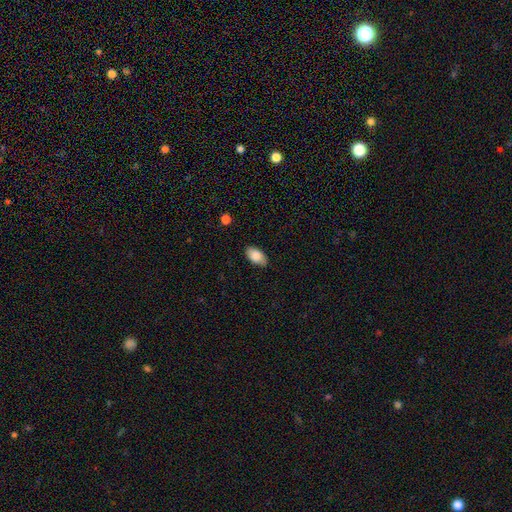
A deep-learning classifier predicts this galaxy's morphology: Smooth or featured? Predicted: smooth (p=0.86). How rounded? Predicted: in between (p=0.94). Merging? Predicted: none (p=0.82).